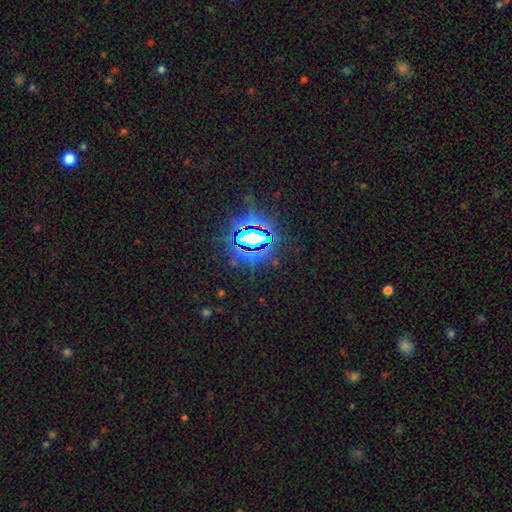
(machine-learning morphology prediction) A star or artifact, not a galaxy (83%).

Vote fractions:
- Smooth or featured? star or artifact: 83% / smooth: 11% / featured or disk: 6%